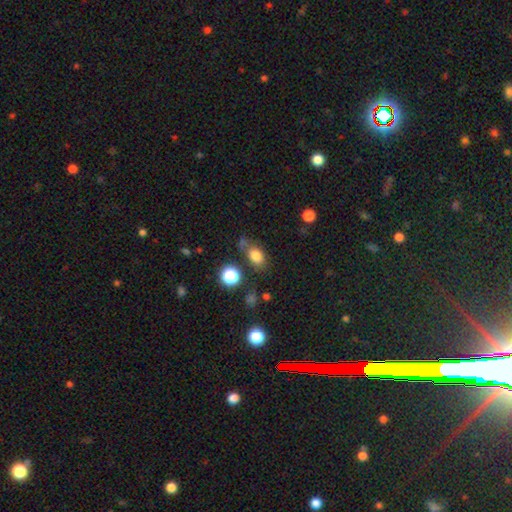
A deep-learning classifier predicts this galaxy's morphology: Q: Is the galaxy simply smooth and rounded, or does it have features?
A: smooth — 79%.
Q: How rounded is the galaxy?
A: in between — 75%.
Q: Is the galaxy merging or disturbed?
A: none — 62%.